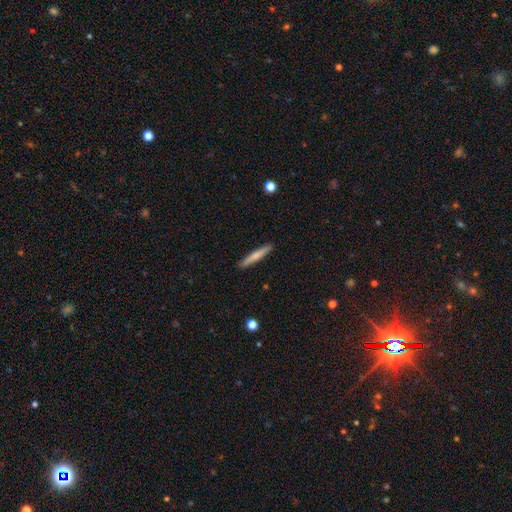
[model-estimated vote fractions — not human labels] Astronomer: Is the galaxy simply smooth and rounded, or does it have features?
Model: smooth — 69%.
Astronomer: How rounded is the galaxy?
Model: cigar-shaped — 95%.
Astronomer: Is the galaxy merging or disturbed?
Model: none — 91%.